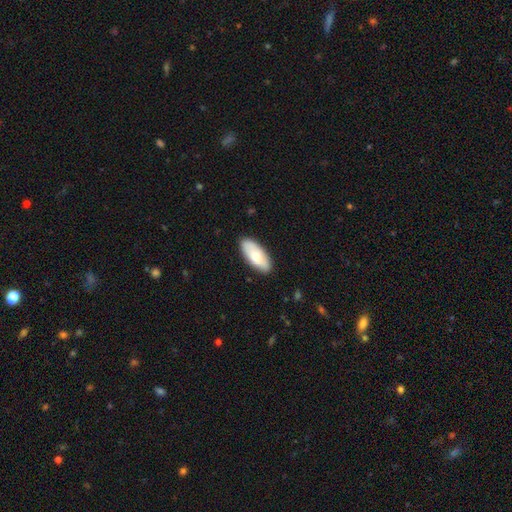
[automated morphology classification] Overall: smooth (76%). How rounded: in between (87%). Merging: none (86%).